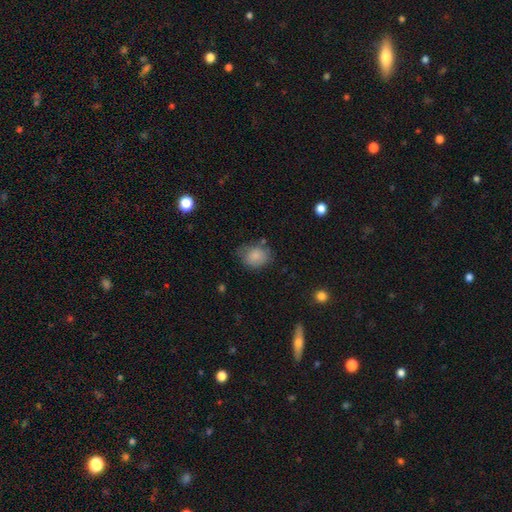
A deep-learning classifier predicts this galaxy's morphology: smooth_or_featured: smooth (p=0.83) [alt: featured or disk p=0.09]
how_rounded: round (p=0.50) [alt: in between p=0.49]
merging: none (p=0.58) [alt: minor disturbance p=0.29]